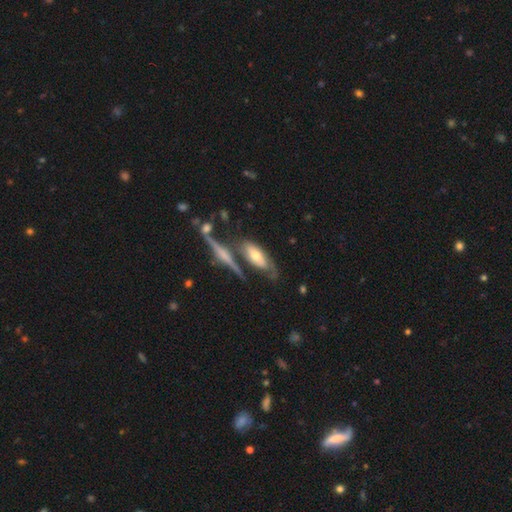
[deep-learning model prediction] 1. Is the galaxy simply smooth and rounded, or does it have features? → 53% featured or disk, 39% smooth, 8% star or artifact.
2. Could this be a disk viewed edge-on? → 56% no, 44% yes.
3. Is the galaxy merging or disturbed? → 49% none, 21% minor disturbance, 19% merger, 11% major disturbance.